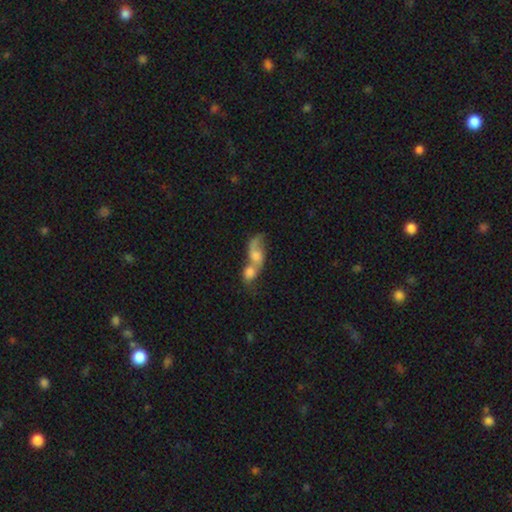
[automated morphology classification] Smooth or featured? smooth (50%)
Merging? merger (79%)